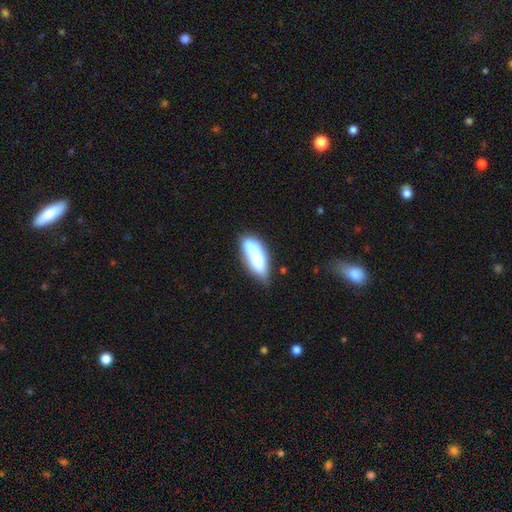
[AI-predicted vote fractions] This is likely a smooth galaxy (71%). How rounded: possibly in between (59%). Merging: possibly none (56%).